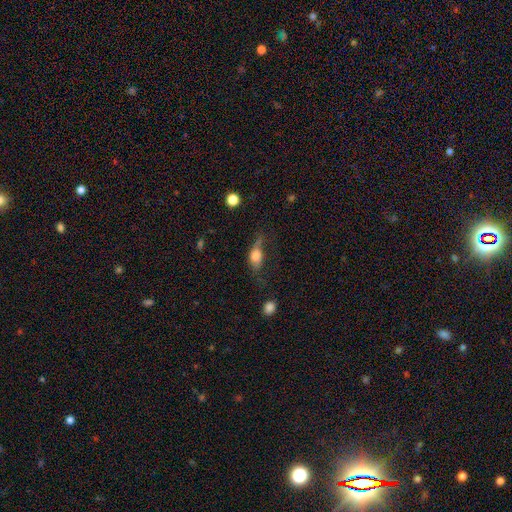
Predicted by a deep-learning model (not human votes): smooth_or_featured: smooth (p=0.62) [alt: featured or disk p=0.28]
how_rounded: in between (p=0.75) [alt: round p=0.15]
merging: major disturbance (p=0.33) [tied with: none p=0.33]